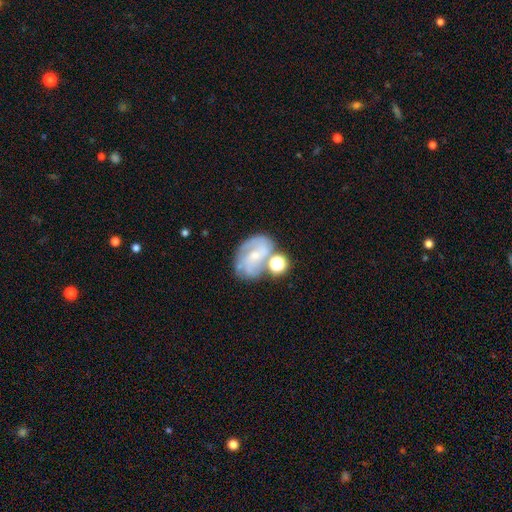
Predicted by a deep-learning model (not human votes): smooth-or-featured: featured or disk: 68% | smooth: 22% | star or artifact: 10%
  disk-edge-on: no: 97% | yes: 3%
    bar: no: 52% | weak: 36% | strong: 12%
    has-spiral-arms: yes: 83% | no: 17%
      spiral-winding: medium: 43% | tight: 34% | loose: 23%
      spiral-arm-count: 2: 48% | can't tell: 26% | 3: 14% | 1: 5% | 4: 4% | more than 4: 3%
    bulge-size: small: 67% | moderate: 25% | none: 5% | large: 2% | dominant: 1%
  merging: none: 48% | merger: 22% | minor disturbance: 18% | major disturbance: 11%